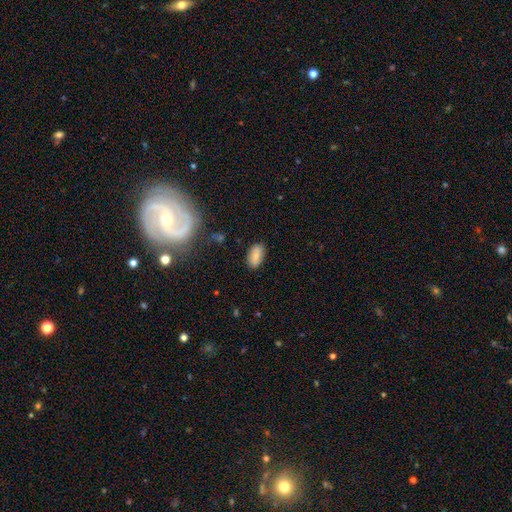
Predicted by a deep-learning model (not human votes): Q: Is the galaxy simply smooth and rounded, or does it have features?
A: smooth — 78%.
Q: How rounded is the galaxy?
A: in between — 93%.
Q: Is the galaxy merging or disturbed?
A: none — 82%.